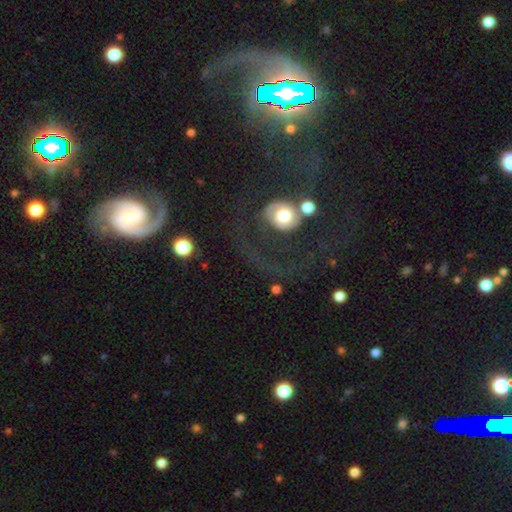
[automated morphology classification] Q: Smooth or featured?
A: featured or disk (50%); runner-up: star or artifact (29%)
Q: Edge-on disk?
A: no (87%); runner-up: yes (13%)
Q: Merging?
A: none (54%); runner-up: major disturbance (22%)